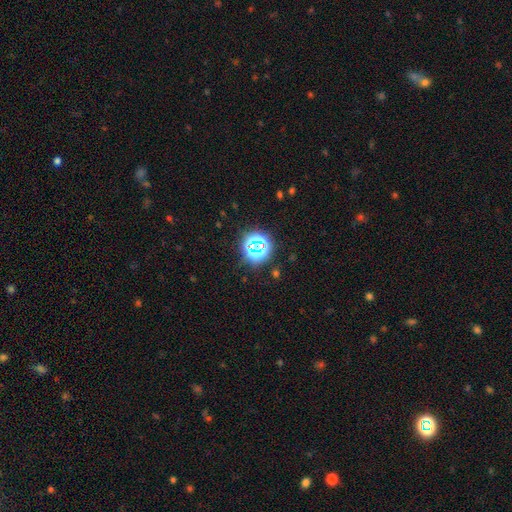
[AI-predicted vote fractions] This is likely a star or artifact rather than a galaxy (69%).